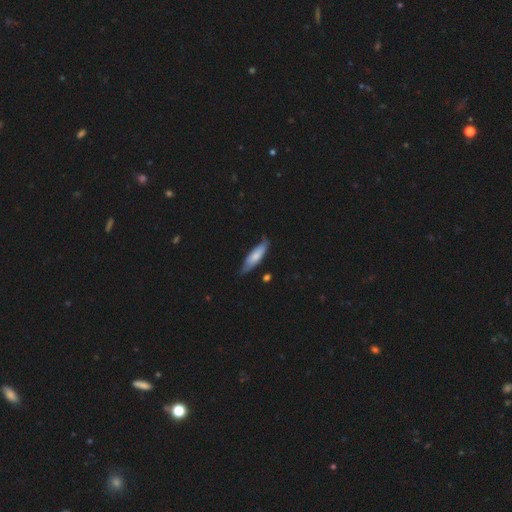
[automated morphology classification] smooth-or-featured: smooth: 70% | featured or disk: 25% | star or artifact: 5%
  how-rounded: cigar-shaped: 58% | in between: 40% | round: 2%
  merging: none: 69% | minor disturbance: 25% | major disturbance: 4% | merger: 2%